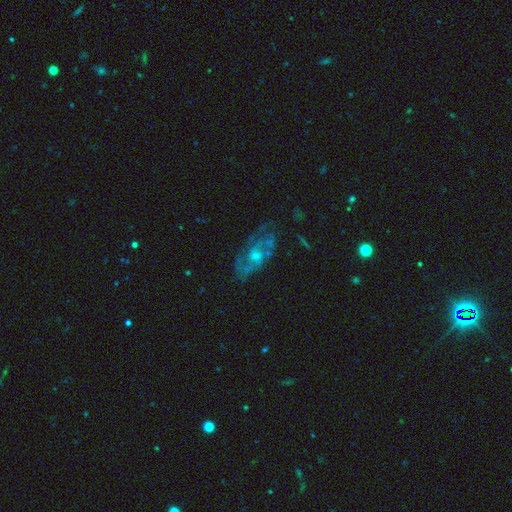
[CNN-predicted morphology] Q: Smooth or featured?
A: featured or disk (73%); runner-up: smooth (17%)
Q: Edge-on disk?
A: no (92%); runner-up: yes (8%)
Q: Bar?
A: no (70%); runner-up: weak (25%)
Q: Spiral arms?
A: yes (77%); runner-up: no (23%)
Q: Spiral winding?
A: medium (46%); runner-up: tight (34%)
Q: Spiral arm count?
A: 2 (43%); runner-up: can't tell (36%)
Q: Bulge size?
A: small (45%); runner-up: moderate (43%)
Q: Merging?
A: none (67%); runner-up: minor disturbance (19%)